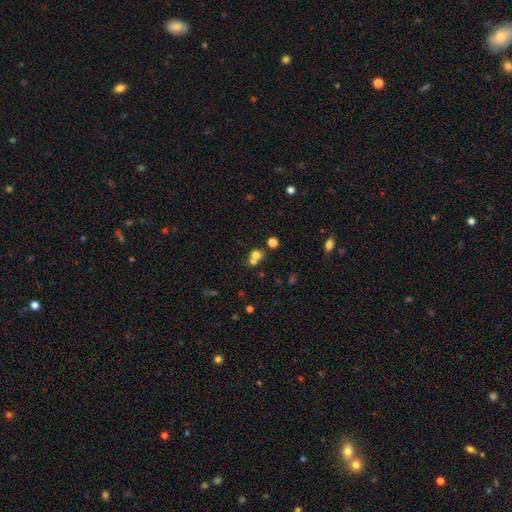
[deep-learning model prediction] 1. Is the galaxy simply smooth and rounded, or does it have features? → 68% smooth, 18% star or artifact, 15% featured or disk.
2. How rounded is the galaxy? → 78% round, 21% in between, 1% cigar-shaped.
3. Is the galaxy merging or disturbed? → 50% merger, 40% none, 6% minor disturbance, 3% major disturbance.